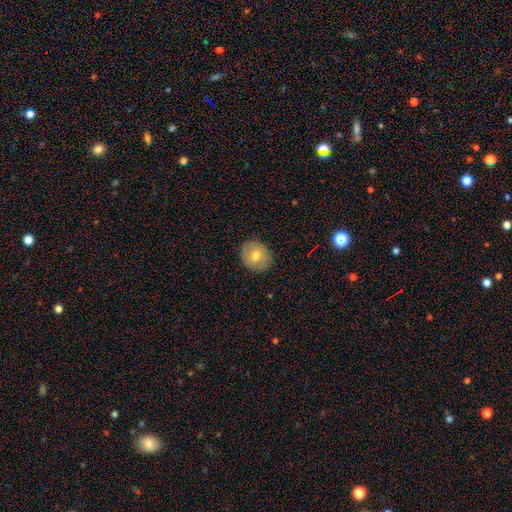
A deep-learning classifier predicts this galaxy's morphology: smooth_or_featured: smooth (p=0.67) [alt: featured or disk p=0.25]
how_rounded: round (p=0.73) [alt: in between p=0.26]
merging: none (p=0.88) [alt: minor disturbance p=0.09]